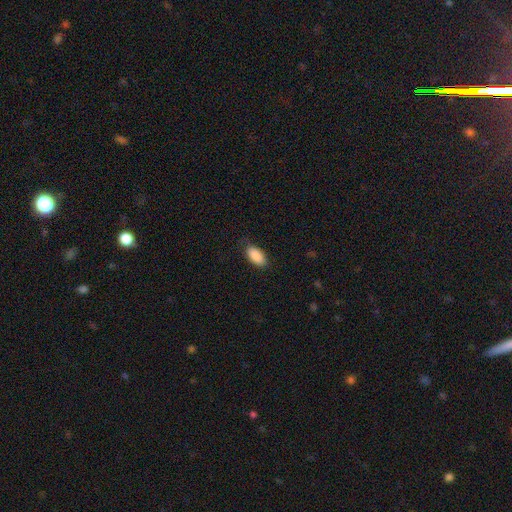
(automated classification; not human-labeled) Q: Smooth or featured?
A: smooth (89%); runner-up: star or artifact (6%)
Q: How rounded?
A: in between (93%); runner-up: cigar-shaped (4%)
Q: Merging?
A: none (79%); runner-up: minor disturbance (16%)